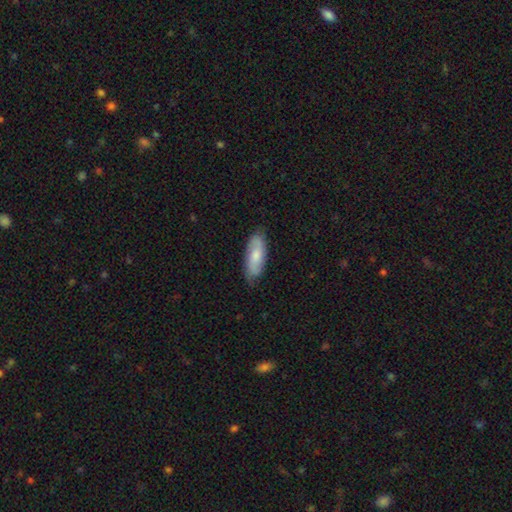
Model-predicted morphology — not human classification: The model was most divided on "smooth or featured": smooth: 61%, featured or disk: 33%, star or artifact: 6%. More confident: merging — none (79%); how rounded — in between (75%).